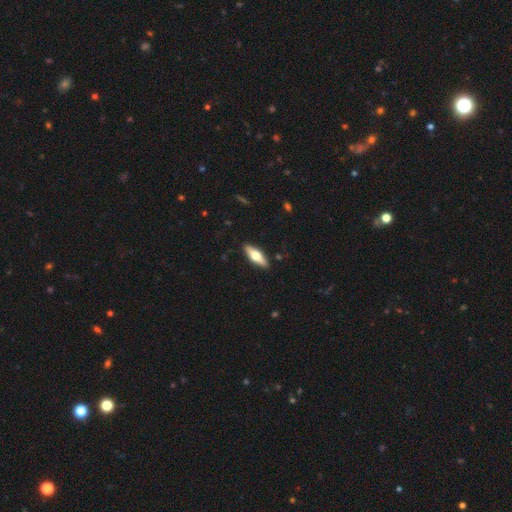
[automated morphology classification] Smooth or featured? Predicted: featured or disk (p=0.48). Merging? Predicted: none (p=0.89).